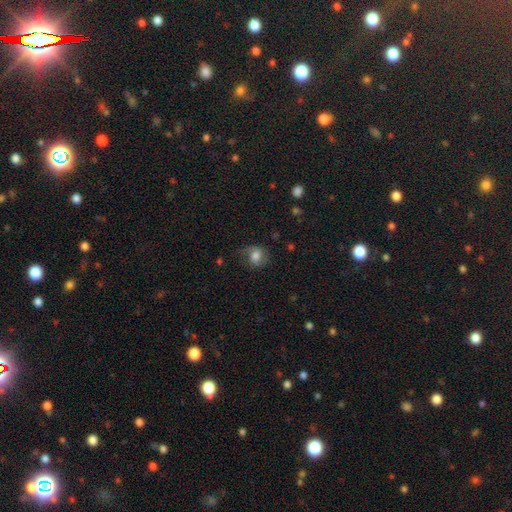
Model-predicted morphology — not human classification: This appears to be a smooth galaxy with no disk features (56%) that is round (64%). Merging: none (55%).